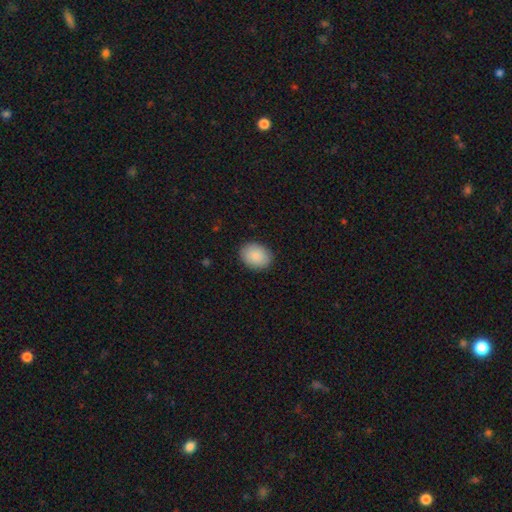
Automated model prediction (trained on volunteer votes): Morphology: type=smooth (89%); roundness=in between (66%); merging=none (88%).